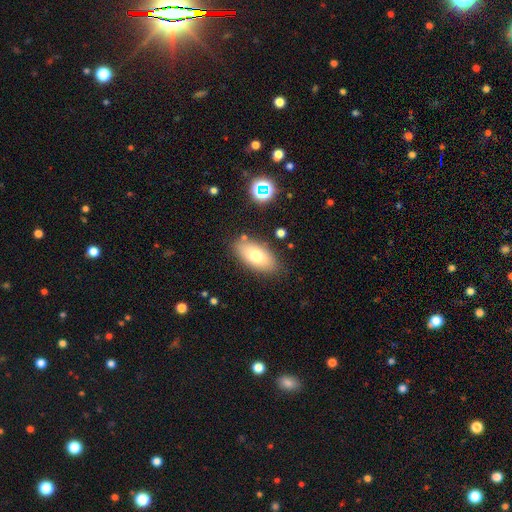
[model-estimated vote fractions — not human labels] Smooth or featured?
  - smooth: 73% *
  - featured or disk: 18%
  - star or artifact: 9%
How rounded?
  - in between: 91% *
  - cigar-shaped: 5%
  - round: 4%
Merging?
  - none: 81% *
  - minor disturbance: 12%
  - major disturbance: 3%
  - merger: 3%